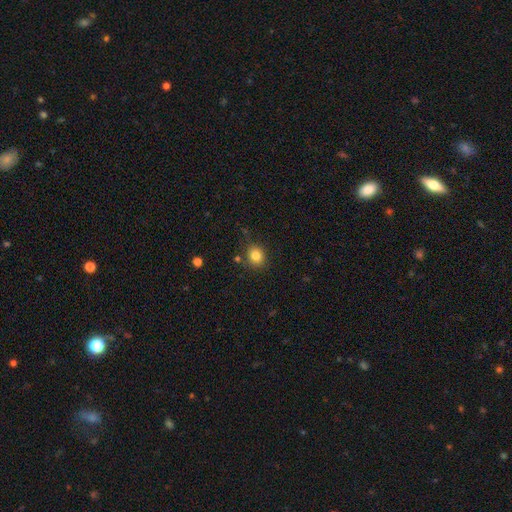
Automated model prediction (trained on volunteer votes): Overall: smooth (82%). How rounded: round (81%). Merging: none (83%).